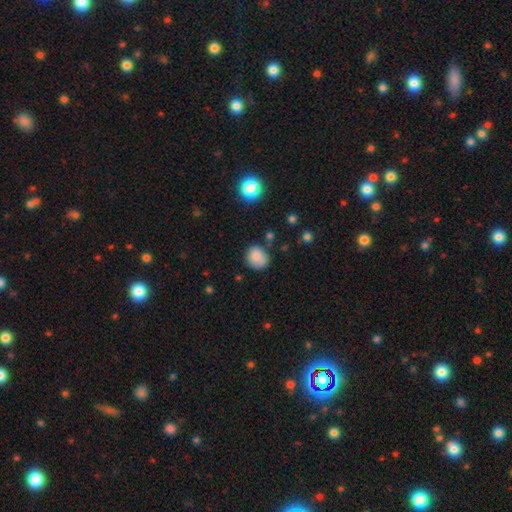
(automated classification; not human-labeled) Smooth or featured?
  - smooth: 84% *
  - star or artifact: 10%
  - featured or disk: 7%
How rounded?
  - round: 72% *
  - in between: 27%
  - cigar-shaped: 1%
Merging?
  - none: 67% *
  - minor disturbance: 22%
  - major disturbance: 6%
  - merger: 5%